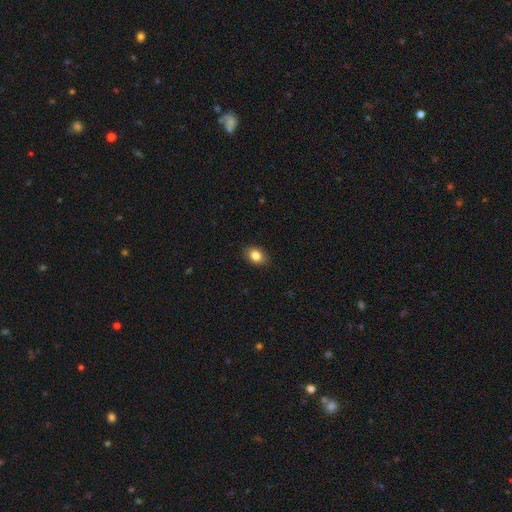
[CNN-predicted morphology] Smooth or featured: smooth — 85% (star or artifact — 9%)
How rounded: in between — 70% (round — 29%)
Merging: none — 87% (minor disturbance — 9%)